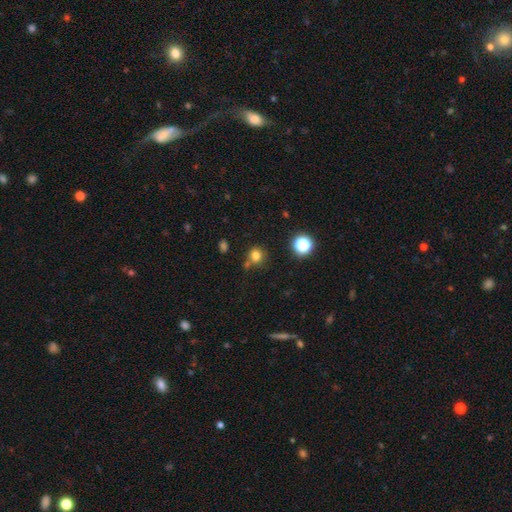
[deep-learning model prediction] A smooth galaxy with no disk features (77%) that is round (89%).

Vote fractions:
- Smooth or featured? smooth: 77% / star or artifact: 16% / featured or disk: 6%
- How rounded? round: 89% / in between: 10% / cigar-shaped: 1%
- Merging? none: 71% / merger: 13% / minor disturbance: 12% / major disturbance: 4%